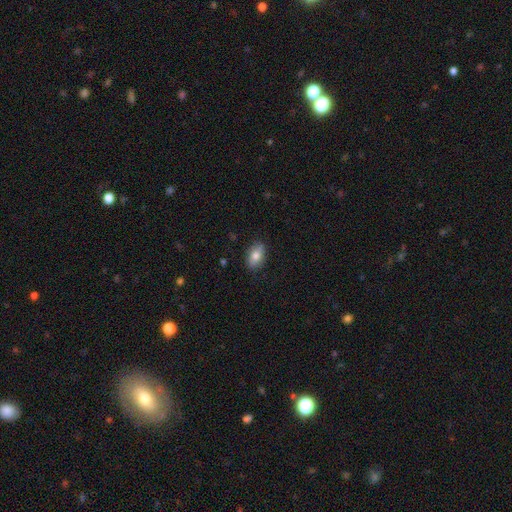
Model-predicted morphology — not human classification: smooth 77%, featured or disk 16%, star or artifact 7%. Down the decision tree: how rounded — in between (88%); merging — none (85%).